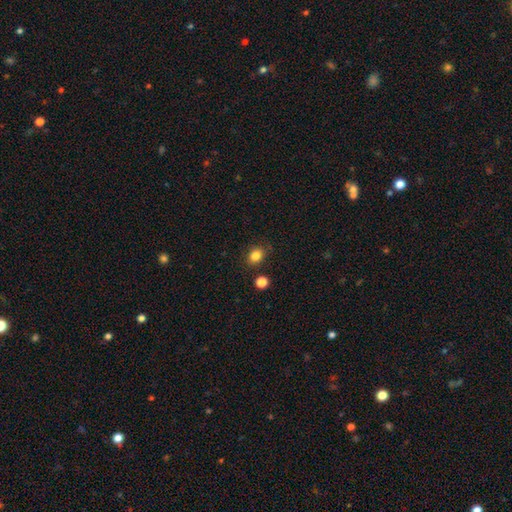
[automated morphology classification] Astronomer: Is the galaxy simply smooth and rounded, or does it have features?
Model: smooth — 84%.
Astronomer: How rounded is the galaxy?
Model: round — 53% (runner-up: in between, 46%).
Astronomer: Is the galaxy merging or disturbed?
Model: none — 81%.